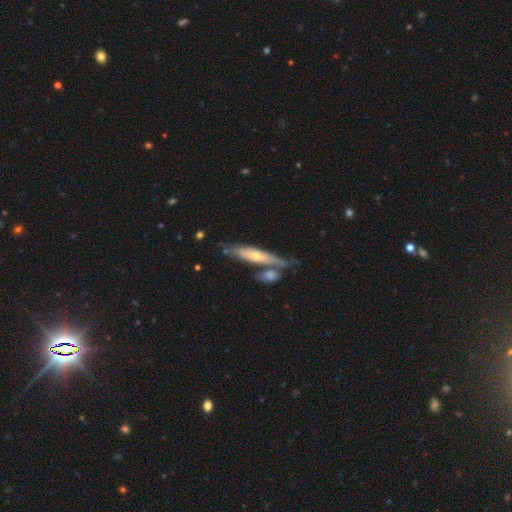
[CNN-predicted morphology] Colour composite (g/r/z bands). It shows a featured or disk galaxy (56%) viewed edge-on (74%). Merging: none (53%).